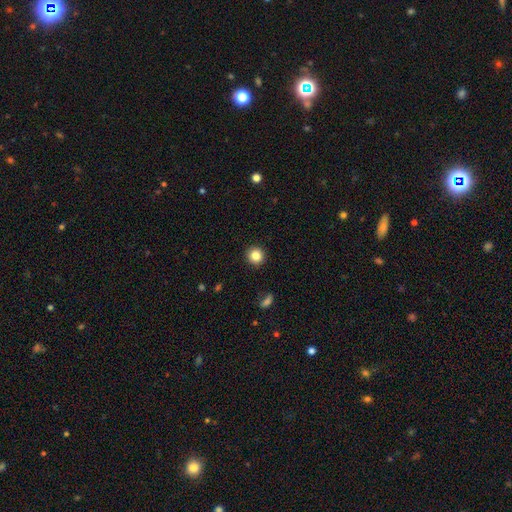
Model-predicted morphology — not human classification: Smooth or featured?
  - smooth: 84% *
  - star or artifact: 11%
  - featured or disk: 5%
How rounded?
  - round: 94% *
  - in between: 6%
  - cigar-shaped: 1%
Merging?
  - none: 92% *
  - minor disturbance: 5%
  - major disturbance: 2%
  - merger: 1%